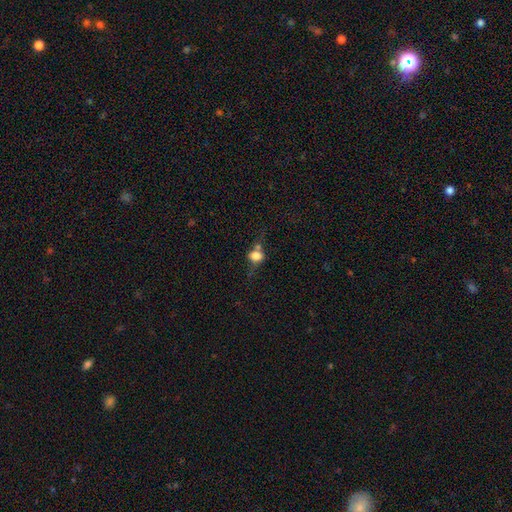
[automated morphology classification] Q: Smooth or featured?
A: smooth (72%); runner-up: featured or disk (16%)
Q: How rounded?
A: round (59%); runner-up: in between (38%)
Q: Merging?
A: none (44%); runner-up: merger (25%)